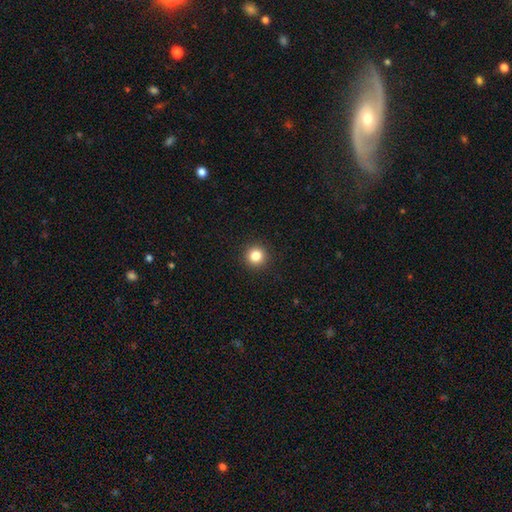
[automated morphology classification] Smooth or featured: smooth — 83% (star or artifact — 12%)
How rounded: round — 95% (in between — 4%)
Merging: none — 93% (minor disturbance — 4%)